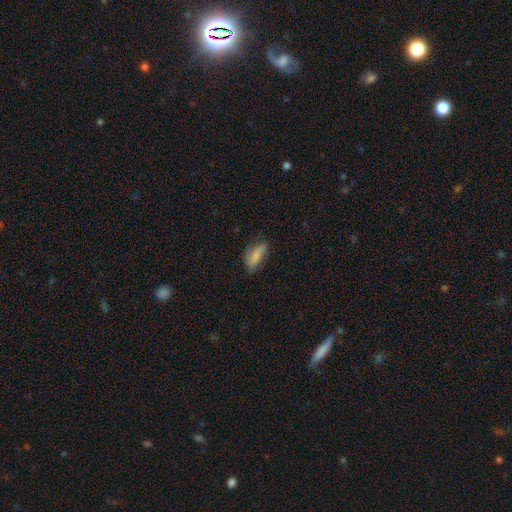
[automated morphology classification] This appears to be a smooth galaxy with no disk features (70%) that is in between round and cigar-shaped (73%). Merging: none (59%).